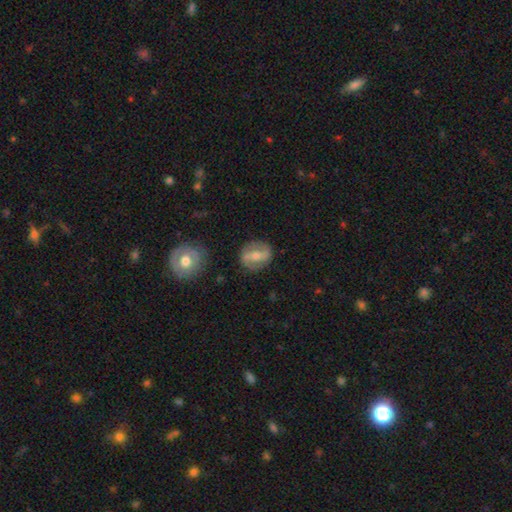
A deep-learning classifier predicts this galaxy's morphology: This appears to be a featured or disk galaxy (58%) with a strong bar (56%), spiral arms (57%) and a moderate central bulge (54%). Merging: none (81%).